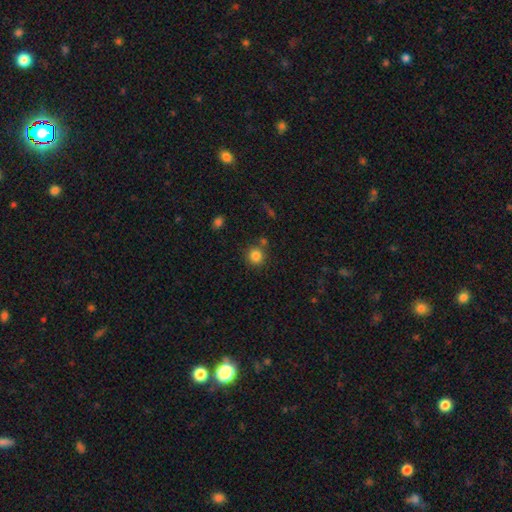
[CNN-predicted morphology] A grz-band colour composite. It shows a smooth galaxy with no disk features (84%) that is round (92%). Merging: none (80%).